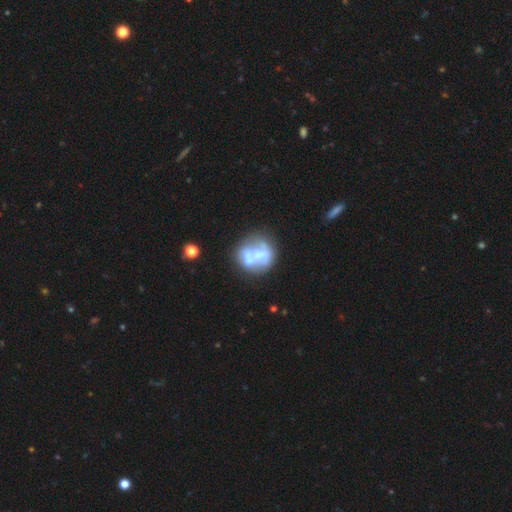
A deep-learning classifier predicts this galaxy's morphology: smooth_or_featured: featured or disk (p=0.58) [alt: smooth p=0.32]
disk_edge_on: no (p=0.98) [alt: yes p=0.02]
bar: no (p=0.83) [alt: weak p=0.10]
has_spiral_arms: no (p=0.90) [alt: yes p=0.10]
bulge_size: none (p=0.56) [alt: moderate p=0.19]
merging: none (p=0.43) [alt: merger p=0.23]